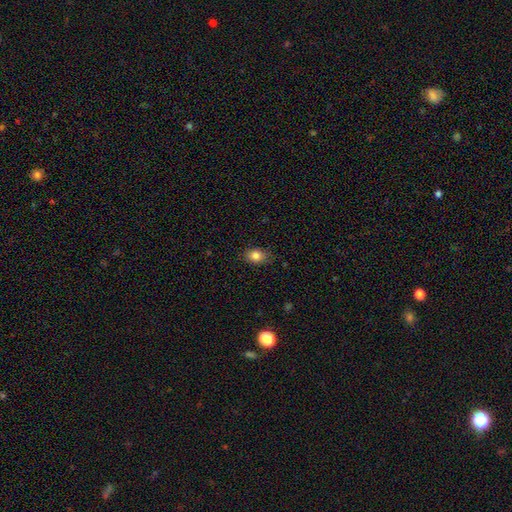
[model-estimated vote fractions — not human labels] A smooth galaxy with no disk features (83%) that is in between round and cigar-shaped (71%).

Vote fractions:
- Smooth or featured? smooth: 83% / star or artifact: 10% / featured or disk: 7%
- How rounded? in between: 71% / round: 28% / cigar-shaped: 1%
- Merging? none: 81% / minor disturbance: 15% / major disturbance: 3% / merger: 1%